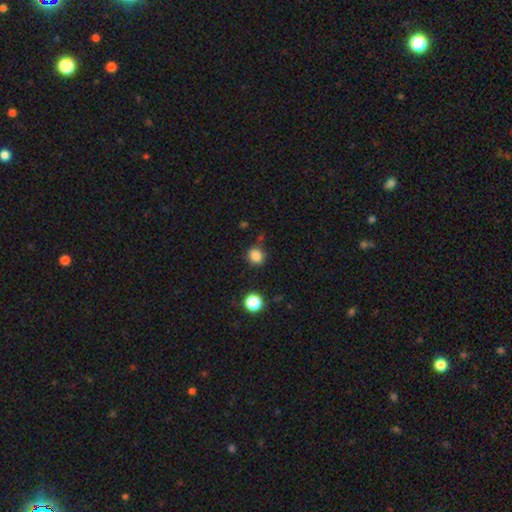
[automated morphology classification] smooth 84%, star or artifact 12%, featured or disk 4%. Down the decision tree: how rounded — round (76%); merging — none (82%).